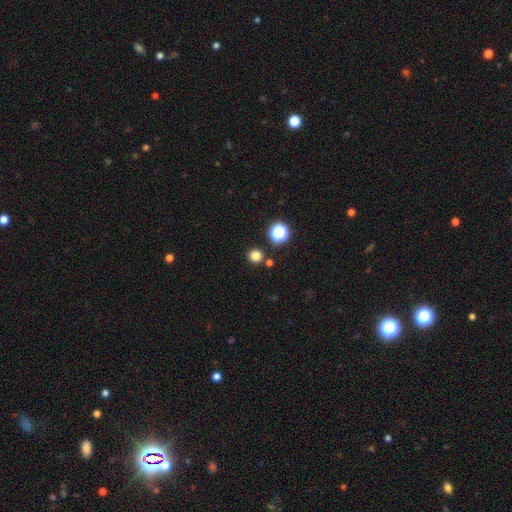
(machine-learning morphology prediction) smooth_or_featured: smooth (p=0.79) [alt: star or artifact p=0.17]
how_rounded: round (p=0.91) [alt: in between p=0.08]
merging: none (p=0.85) [alt: merger p=0.06]